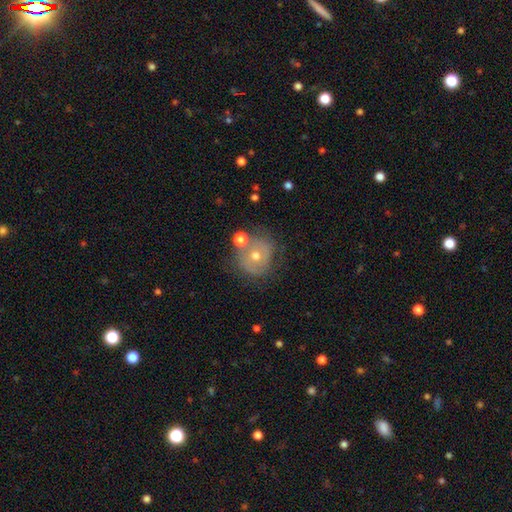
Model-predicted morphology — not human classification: Smooth or featured? Predicted: featured or disk (p=0.49). Merging? Predicted: none (p=0.65).